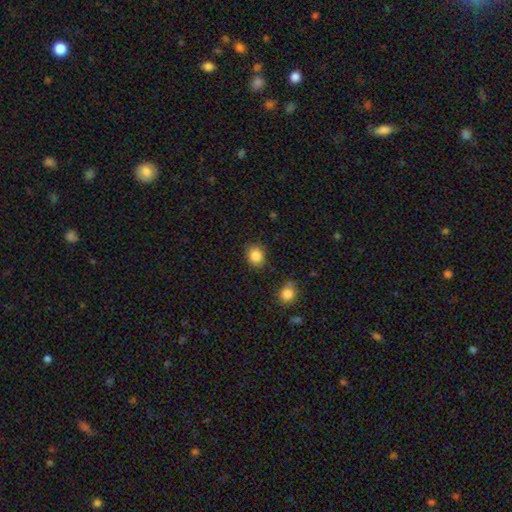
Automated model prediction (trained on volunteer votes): This appears to be a smooth galaxy with no disk features (85%) that is round (67%). Merging: none (84%).